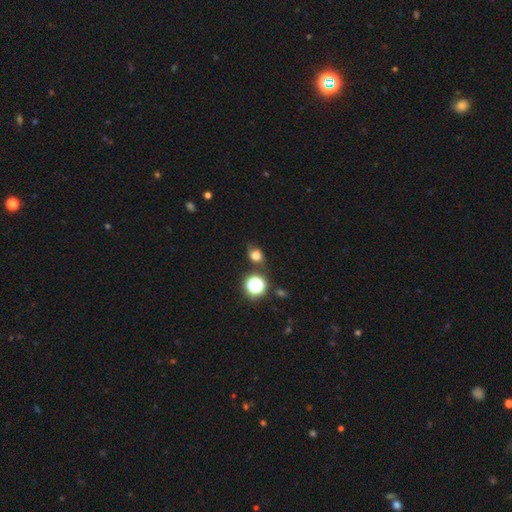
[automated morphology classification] smooth-or-featured: smooth: 71% | star or artifact: 20% | featured or disk: 9%
  how-rounded: round: 63% | in between: 36% | cigar-shaped: 1%
  merging: none: 67% | minor disturbance: 20% | major disturbance: 7% | merger: 6%